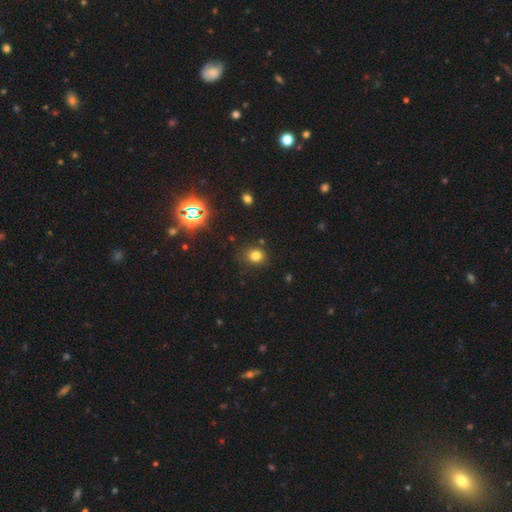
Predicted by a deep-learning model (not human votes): Smooth or featured? Predicted: smooth (p=0.77). How rounded? Predicted: round (p=0.73). Merging? Predicted: none (p=0.80).